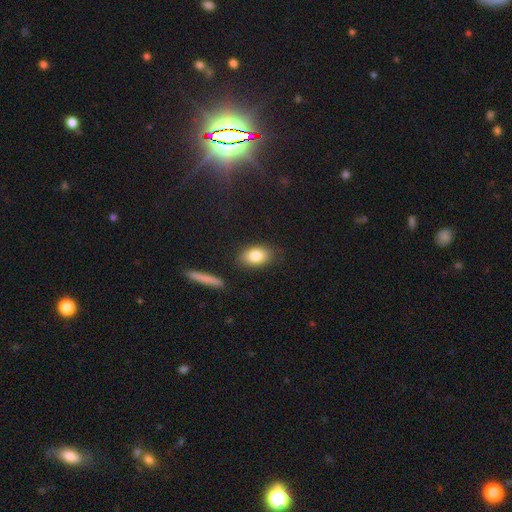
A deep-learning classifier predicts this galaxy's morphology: smooth_or_featured: smooth (p=0.81) [alt: featured or disk p=0.11]
how_rounded: in between (p=0.84) [alt: round p=0.13]
merging: none (p=0.82) [alt: minor disturbance p=0.12]